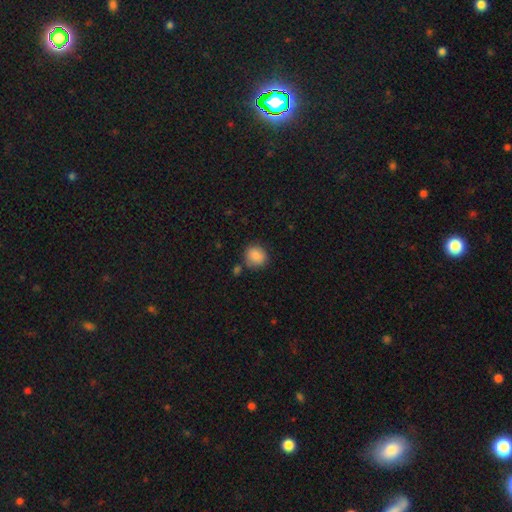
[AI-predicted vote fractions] smooth-or-featured: smooth: 88% | star or artifact: 8% | featured or disk: 4%
  how-rounded: round: 80% | in between: 19% | cigar-shaped: 1%
  merging: none: 79% | minor disturbance: 12% | merger: 6% | major disturbance: 3%